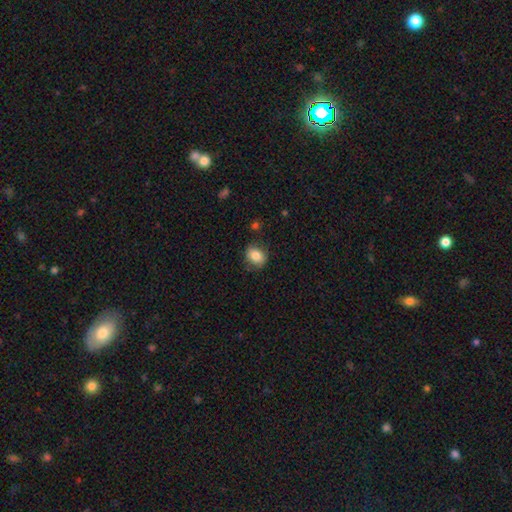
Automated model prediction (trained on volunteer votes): The model was most divided on "how rounded": in between: 52%, round: 47%, cigar-shaped: 1%. More confident: smooth or featured — smooth (84%); merging — none (80%).